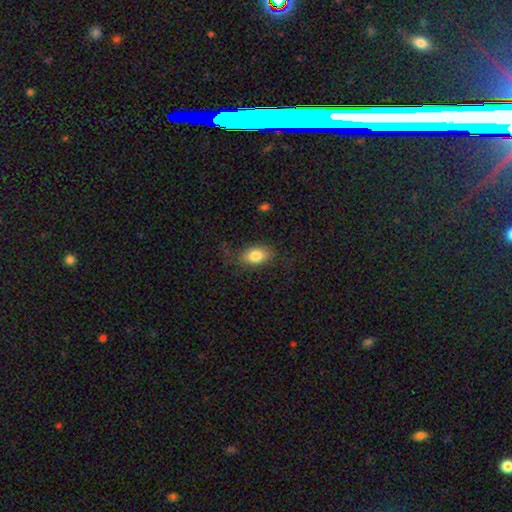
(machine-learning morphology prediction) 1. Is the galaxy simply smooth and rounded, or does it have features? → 80% smooth, 12% featured or disk, 8% star or artifact.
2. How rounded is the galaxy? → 88% in between, 9% round, 4% cigar-shaped.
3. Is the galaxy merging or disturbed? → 76% none, 16% minor disturbance, 6% major disturbance, 1% merger.